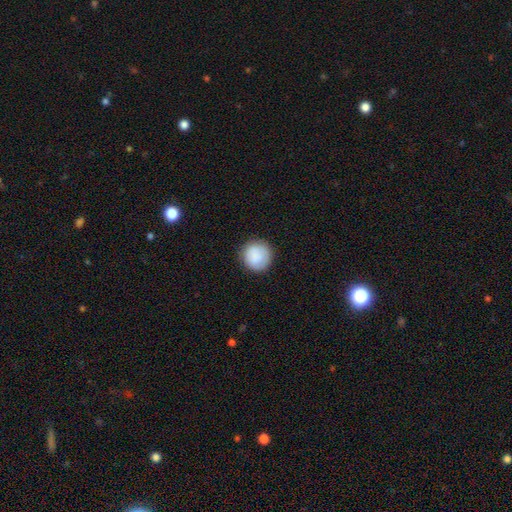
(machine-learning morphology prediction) A smooth galaxy with no disk features (86%) that is round (94%).

Vote fractions:
- Smooth or featured? smooth: 86% / featured or disk: 7% / star or artifact: 7%
- How rounded? round: 94% / in between: 5% / cigar-shaped: 1%
- Merging? none: 87% / minor disturbance: 10% / major disturbance: 3% / merger: 1%